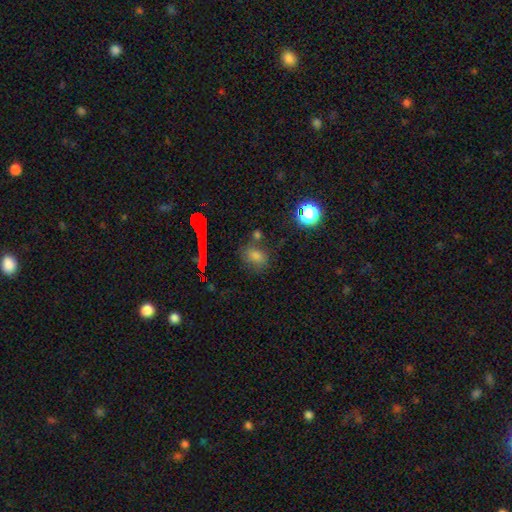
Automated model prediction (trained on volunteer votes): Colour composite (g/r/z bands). It shows a smooth galaxy with no disk features (66%) that is in between round and cigar-shaped (60%). Merging: none (72%).